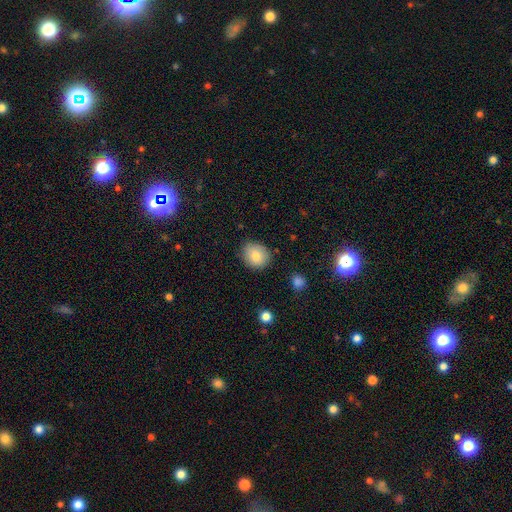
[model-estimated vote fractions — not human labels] This appears to be a smooth galaxy with no disk features (81%) that is round (72%). Merging: none (82%).